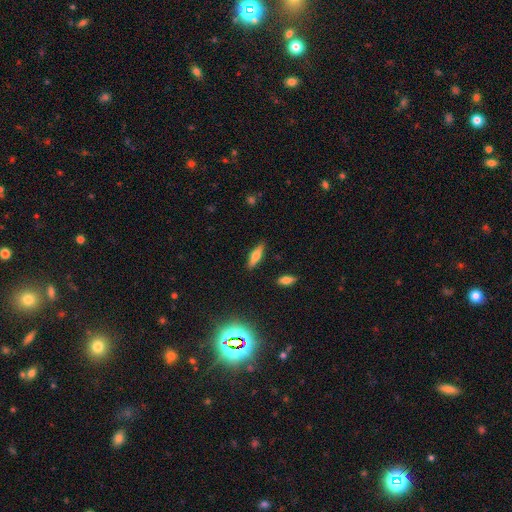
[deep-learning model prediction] The model was most divided on "how rounded": cigar-shaped: 59%, in between: 39%, round: 2%. More confident: merging — none (86%); smooth or featured — smooth (58%).